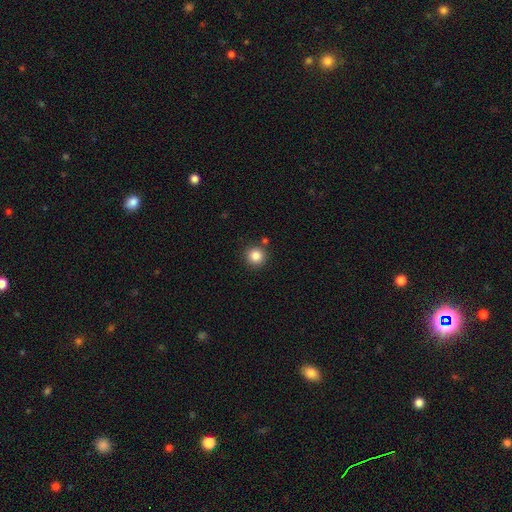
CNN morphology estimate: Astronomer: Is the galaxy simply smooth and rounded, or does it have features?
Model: smooth — 85%.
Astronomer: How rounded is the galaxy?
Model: round — 94%.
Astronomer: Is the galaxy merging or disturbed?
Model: none — 86%.